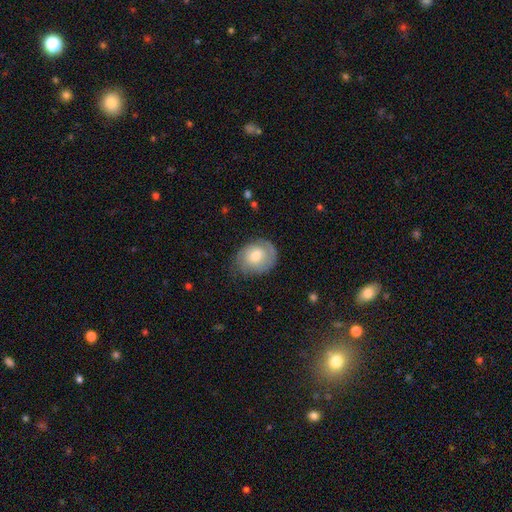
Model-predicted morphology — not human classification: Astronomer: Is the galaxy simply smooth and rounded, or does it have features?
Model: featured or disk — 62%.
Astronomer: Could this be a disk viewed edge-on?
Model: no — 97%.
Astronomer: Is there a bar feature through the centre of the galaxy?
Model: no — 73%.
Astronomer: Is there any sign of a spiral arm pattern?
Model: yes — 85%.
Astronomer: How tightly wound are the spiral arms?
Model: tight — 59%.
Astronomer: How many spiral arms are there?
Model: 2 — 48% (runner-up: 1, 25%).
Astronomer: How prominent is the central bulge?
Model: moderate — 61%.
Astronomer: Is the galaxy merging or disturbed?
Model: none — 68%.